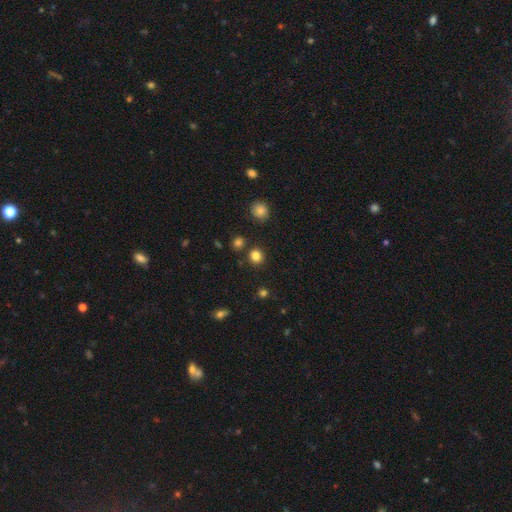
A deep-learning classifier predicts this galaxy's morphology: smooth-or-featured: smooth: 83% | star or artifact: 13% | featured or disk: 4%
  how-rounded: round: 85% | in between: 14% | cigar-shaped: 1%
  merging: none: 85% | minor disturbance: 7% | merger: 5% | major disturbance: 3%